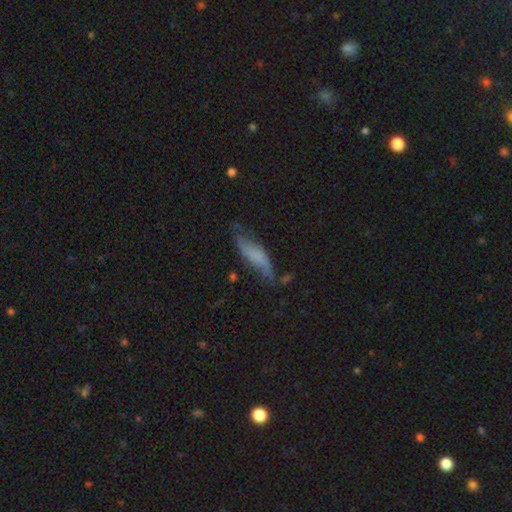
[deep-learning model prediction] Overall: smooth (57%; featured or disk 34%). How rounded: cigar-shaped (60%; in between 37%). Merging: none (52%; minor disturbance 31%).